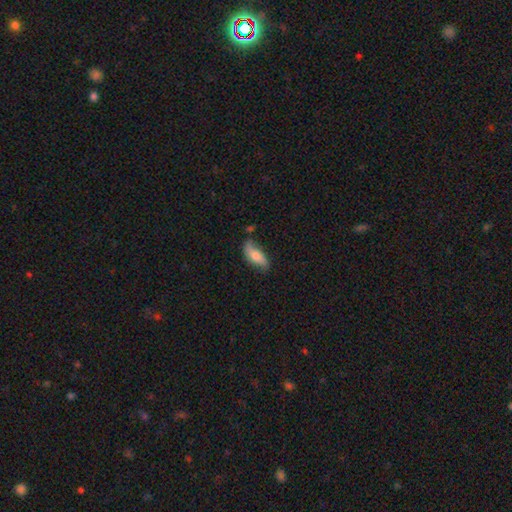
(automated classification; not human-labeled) Overall: smooth (64%; featured or disk 29%). How rounded: in between (78%). Merging: none (61%; minor disturbance 28%).